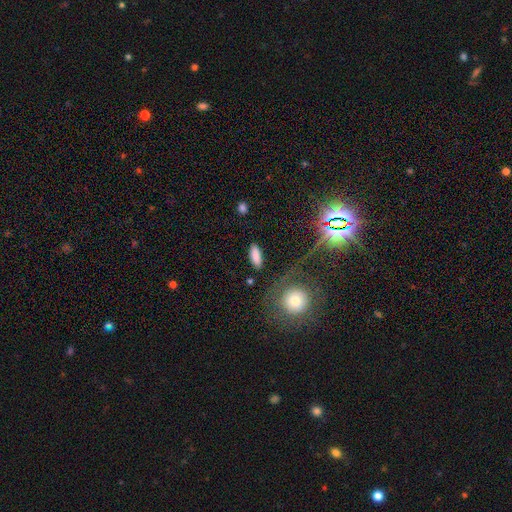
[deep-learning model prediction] The model was most divided on "how rounded": in between: 66%, cigar-shaped: 31%, round: 3%. More confident: merging — none (84%); smooth or featured — smooth (84%).